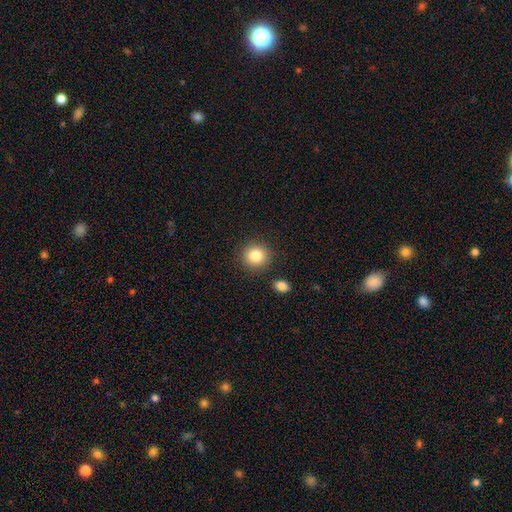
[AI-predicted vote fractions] A smooth galaxy with no disk features (84%) that is round (90%).

Vote fractions:
- Smooth or featured? smooth: 84% / star or artifact: 10% / featured or disk: 7%
- How rounded? round: 90% / in between: 9% / cigar-shaped: 1%
- Merging? none: 87% / minor disturbance: 7% / merger: 4% / major disturbance: 2%